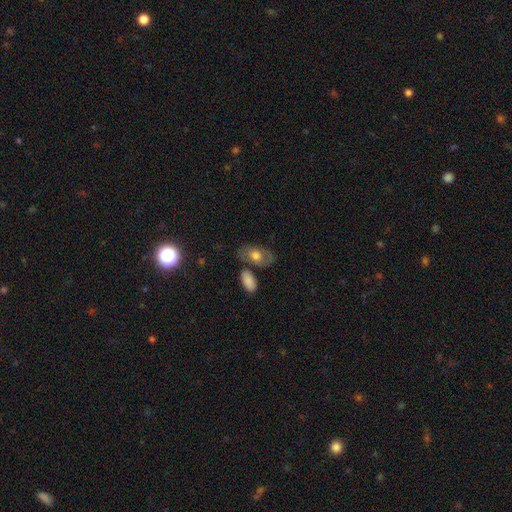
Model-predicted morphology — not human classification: A smooth galaxy with no disk features (57%) that is in between round and cigar-shaped (88%). Merging: none (65%).